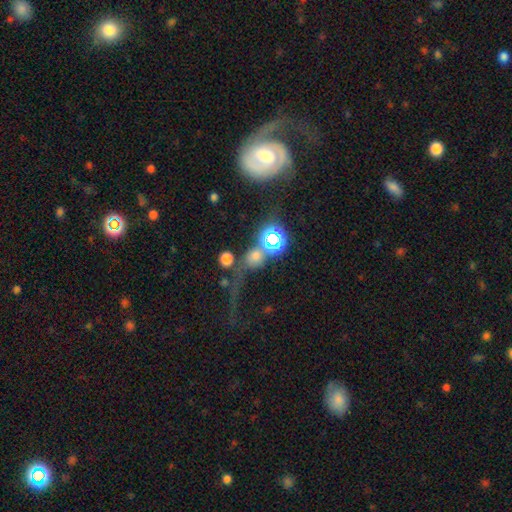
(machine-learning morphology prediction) Smooth or featured? smooth (52%)
How rounded? round (76%)
Merging? none (58%)